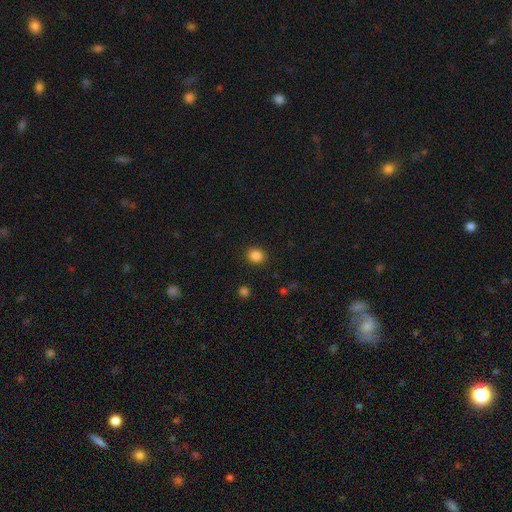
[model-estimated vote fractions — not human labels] This is clearly a smooth galaxy (85%). How rounded: likely round (70%). Merging: clearly none (90%).